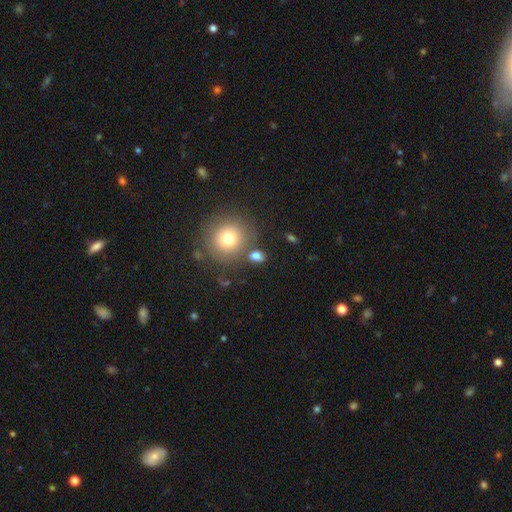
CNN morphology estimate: Overall: smooth (77%). How rounded: round (49%; in between 48%). Merging: none (70%).